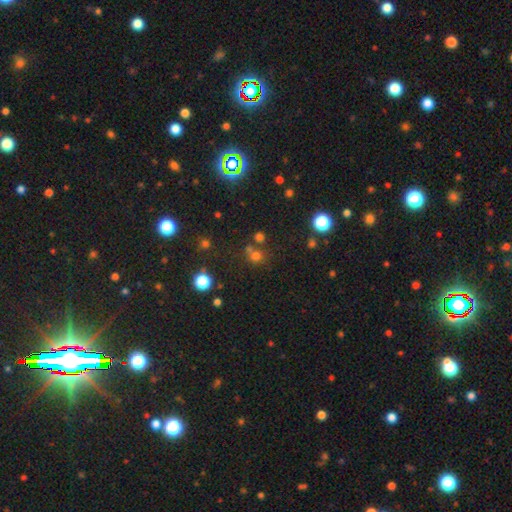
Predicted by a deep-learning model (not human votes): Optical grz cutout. It shows a smooth galaxy with no disk features (64%) that is round (86%). Merging: none (57%).